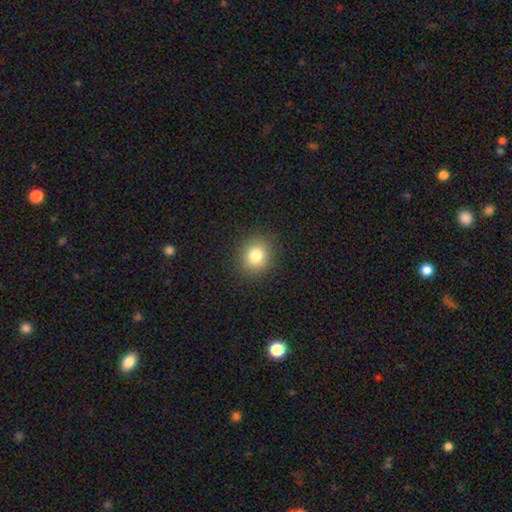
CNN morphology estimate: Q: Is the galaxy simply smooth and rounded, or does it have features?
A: smooth — 81%.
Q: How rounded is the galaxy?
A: round — 79%.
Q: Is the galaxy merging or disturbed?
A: none — 90%.